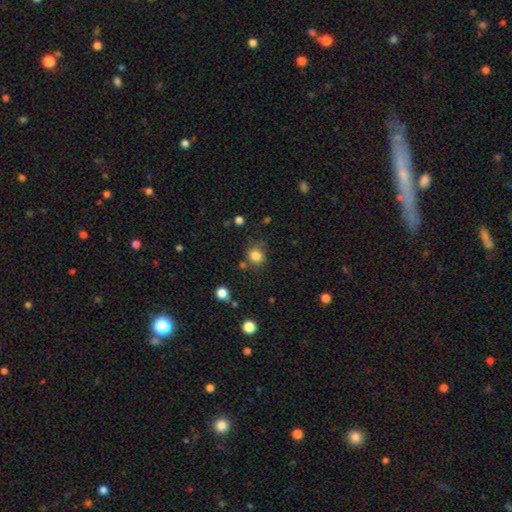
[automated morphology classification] Smooth or featured?
  - smooth: 82% *
  - star or artifact: 12%
  - featured or disk: 6%
How rounded?
  - round: 79% *
  - in between: 20%
  - cigar-shaped: 1%
Merging?
  - none: 73% *
  - minor disturbance: 17%
  - merger: 6%
  - major disturbance: 5%